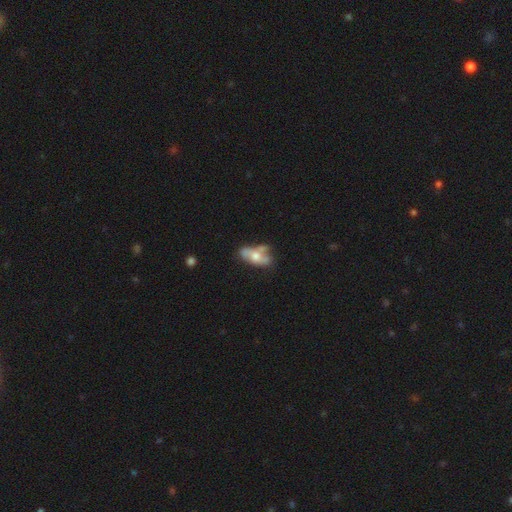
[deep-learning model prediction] Smooth or featured? featured or disk (46%, tied with smooth)
Merging? none (37%)